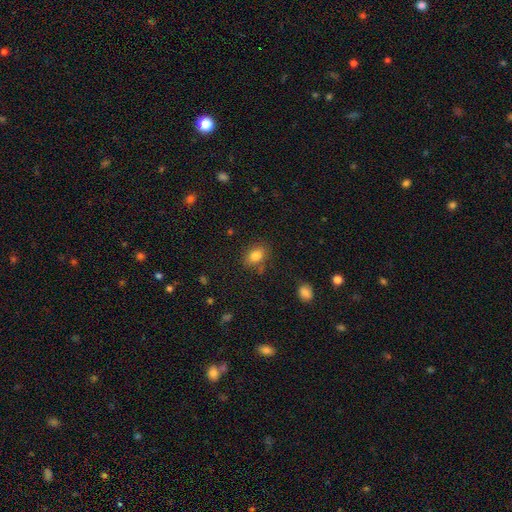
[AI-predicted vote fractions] The model was most divided on "how rounded": in between: 71%, round: 28%, cigar-shaped: 1%. More confident: smooth or featured — smooth (83%); merging — none (78%).